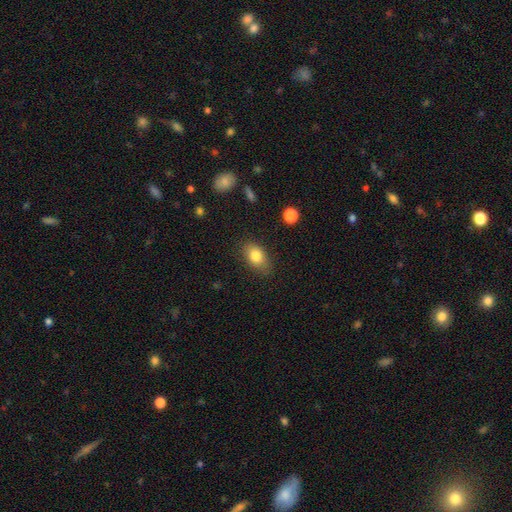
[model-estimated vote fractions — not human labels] Morphology: type=smooth (82%); roundness=in between (85%); merging=none (80%).